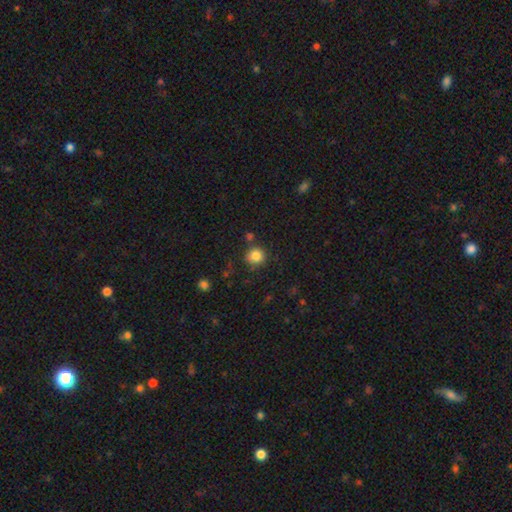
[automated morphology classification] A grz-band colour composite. It shows a smooth galaxy with no disk features (84%) that is round (90%). Merging: none (80%).